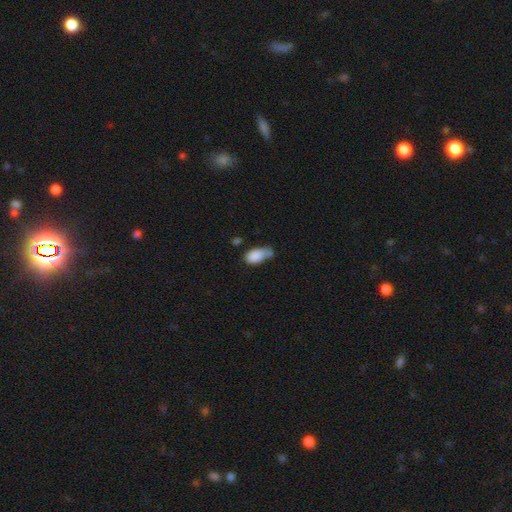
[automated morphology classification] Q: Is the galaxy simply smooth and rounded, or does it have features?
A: smooth — 84%.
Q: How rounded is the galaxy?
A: in between — 88%.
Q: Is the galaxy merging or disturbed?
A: none — 36%.